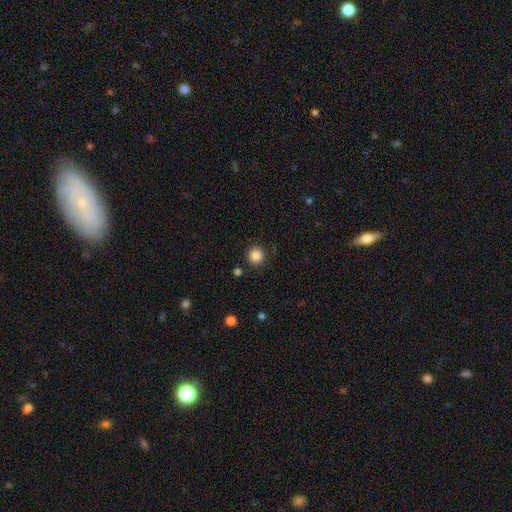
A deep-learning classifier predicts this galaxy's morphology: type=smooth (86%); roundness=round (95%); merging=none (89%).